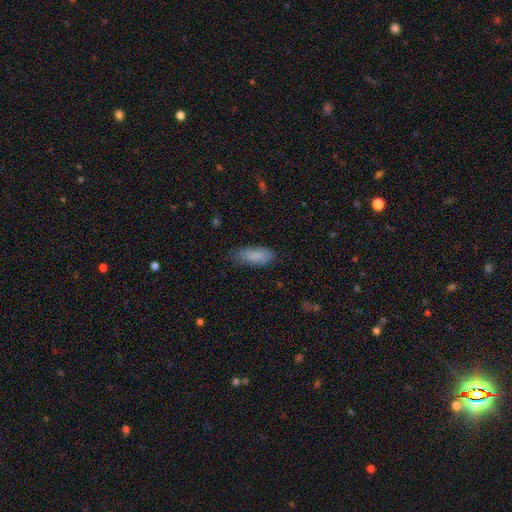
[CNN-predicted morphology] smooth_or_featured: smooth (p=0.87) [alt: featured or disk p=0.07]
how_rounded: in between (p=0.76) [alt: cigar-shaped p=0.23]
merging: none (p=0.70) [alt: minor disturbance p=0.24]